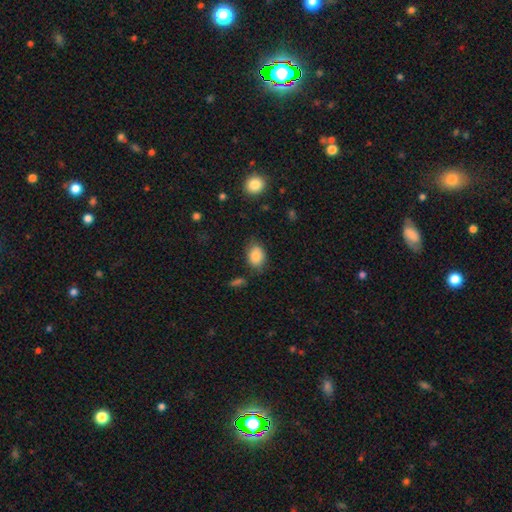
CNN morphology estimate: This appears to be a smooth galaxy with no disk features (83%) that is in between round and cigar-shaped (76%). Merging: none (73%).